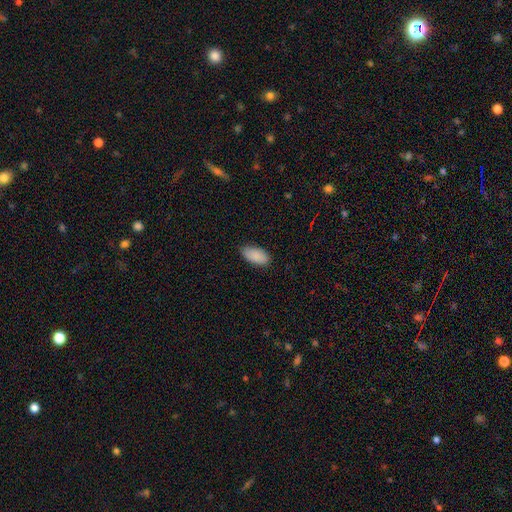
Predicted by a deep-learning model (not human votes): This is clearly a smooth galaxy (89%). How rounded: clearly in between (93%). Merging: clearly none (83%).